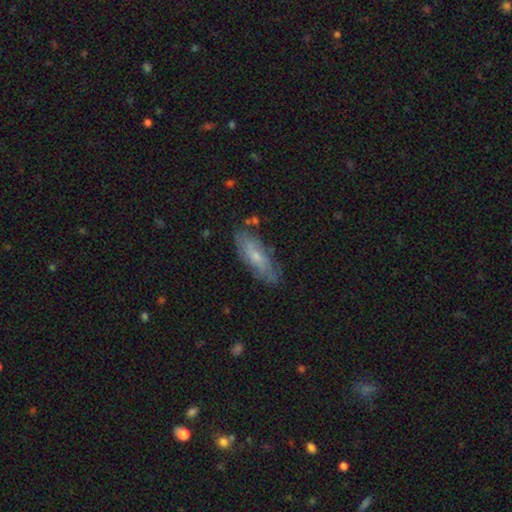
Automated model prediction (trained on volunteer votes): smooth-or-featured: smooth: 51% | featured or disk: 43% | star or artifact: 7%
  how-rounded: in between: 60% | cigar-shaped: 37% | round: 2%
  merging: none: 73% | minor disturbance: 19% | major disturbance: 5% | merger: 3%